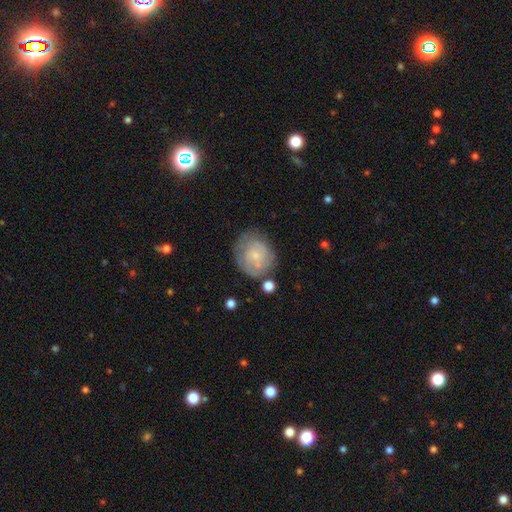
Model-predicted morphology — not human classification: This appears to be a smooth galaxy with no disk features (51%) that is round (76%). Merging: none (62%).